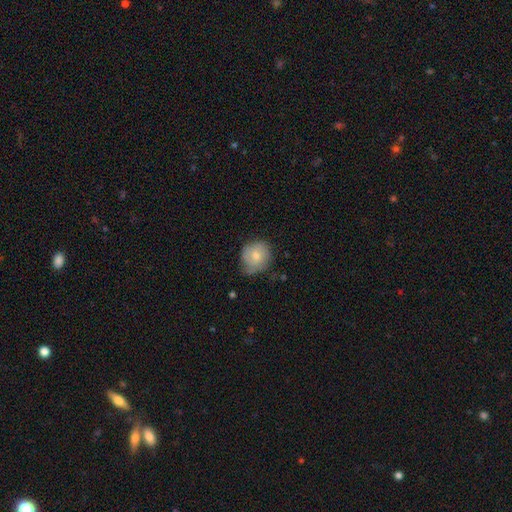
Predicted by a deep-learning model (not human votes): Overall: smooth (66%; featured or disk 28%). How rounded: round (79%). Merging: none (55%; minor disturbance 34%).